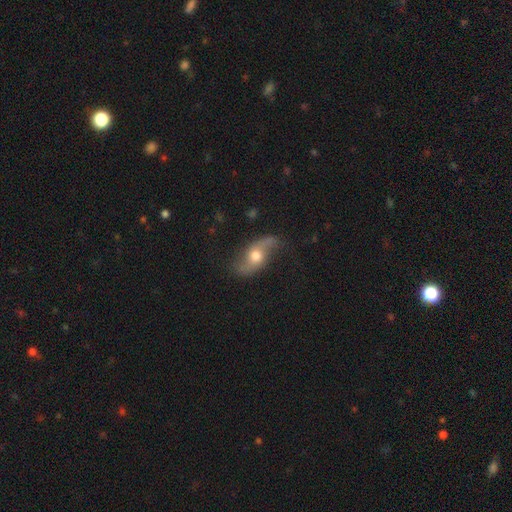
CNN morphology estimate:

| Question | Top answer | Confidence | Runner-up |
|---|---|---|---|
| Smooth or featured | featured or disk | 69% | smooth (24%) |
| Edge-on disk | no | 87% | yes (13%) |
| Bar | no | 67% | weak (25%) |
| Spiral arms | yes | 88% | no (12%) |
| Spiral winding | loose | 83% | medium (13%) |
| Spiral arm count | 2 | 91% | can't tell (3%) |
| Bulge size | moderate | 70% | large (15%) |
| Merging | none | 70% | minor disturbance (20%) |